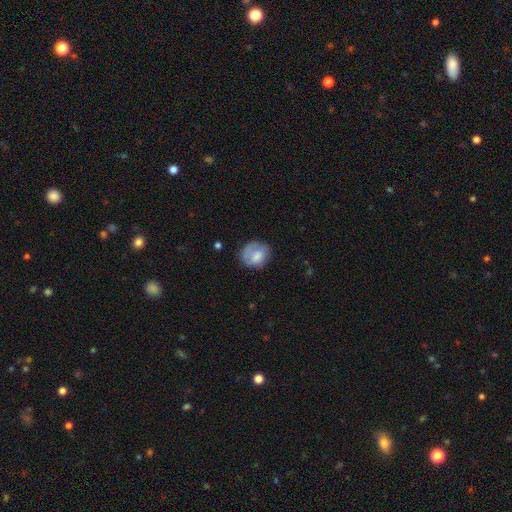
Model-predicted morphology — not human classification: The model was most divided on "how rounded": round: 66%, in between: 33%, cigar-shaped: 1%. More confident: smooth or featured — smooth (69%); merging — none (58%).